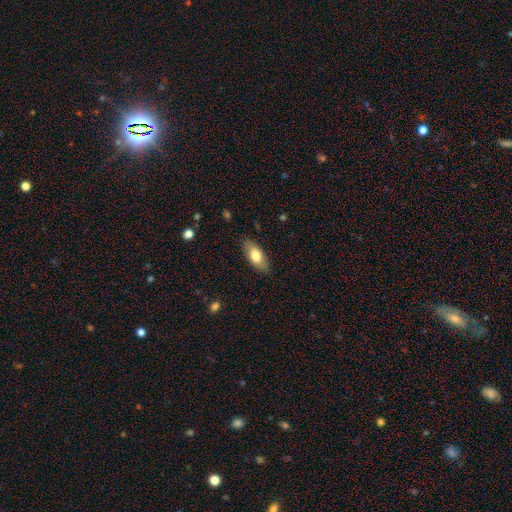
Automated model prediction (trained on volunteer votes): smooth_or_featured: smooth (p=0.74) [alt: featured or disk p=0.20]
how_rounded: in between (p=0.84) [alt: cigar-shaped p=0.13]
merging: none (p=0.85) [alt: minor disturbance p=0.11]